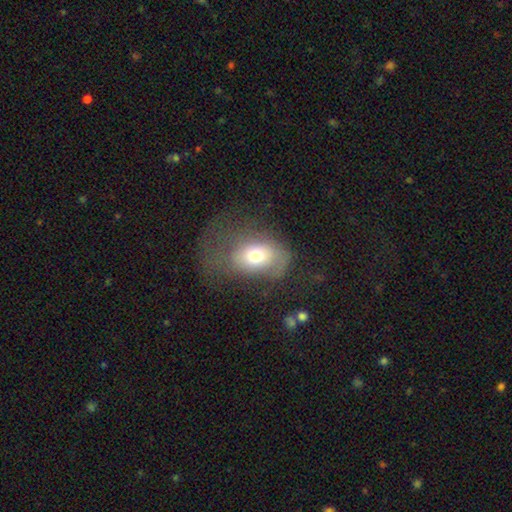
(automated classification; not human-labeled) Smooth or featured?
  - smooth: 66% *
  - featured or disk: 23%
  - star or artifact: 11%
How rounded?
  - in between: 72% *
  - round: 27%
  - cigar-shaped: 1%
Merging?
  - major disturbance: 43% *
  - none: 32%
  - minor disturbance: 22%
  - merger: 2%